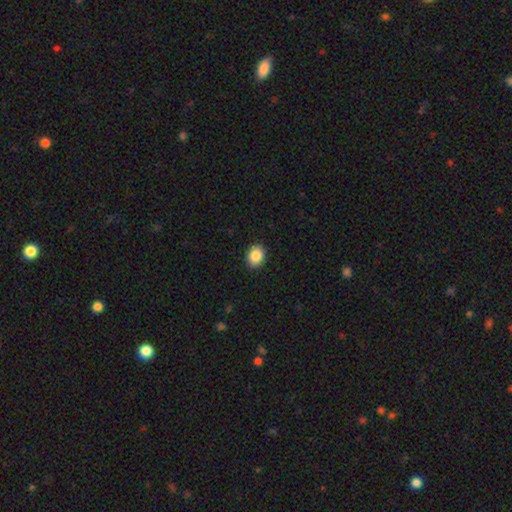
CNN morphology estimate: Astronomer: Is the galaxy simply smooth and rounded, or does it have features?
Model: smooth — 88%.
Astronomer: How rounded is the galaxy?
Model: in between — 56% (runner-up: round, 43%).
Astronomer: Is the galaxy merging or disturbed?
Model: none — 91%.